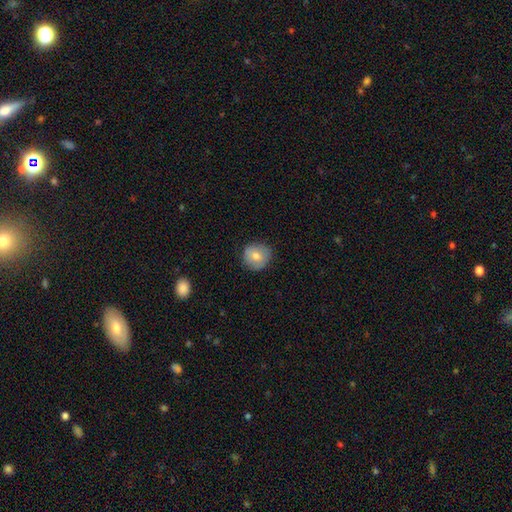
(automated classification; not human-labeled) Overall: smooth (72%). How rounded: round (87%). Merging: none (82%).